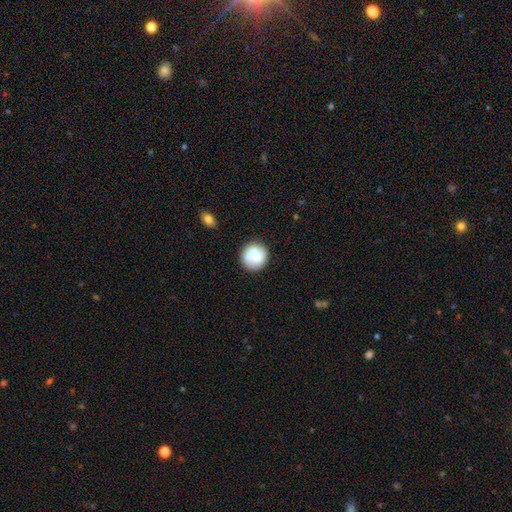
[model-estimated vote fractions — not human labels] Smooth or featured?
  - smooth: 64% *
  - featured or disk: 29%
  - star or artifact: 7%
How rounded?
  - round: 89% *
  - in between: 10%
  - cigar-shaped: 1%
Merging?
  - none: 61% *
  - merger: 20%
  - minor disturbance: 15%
  - major disturbance: 5%